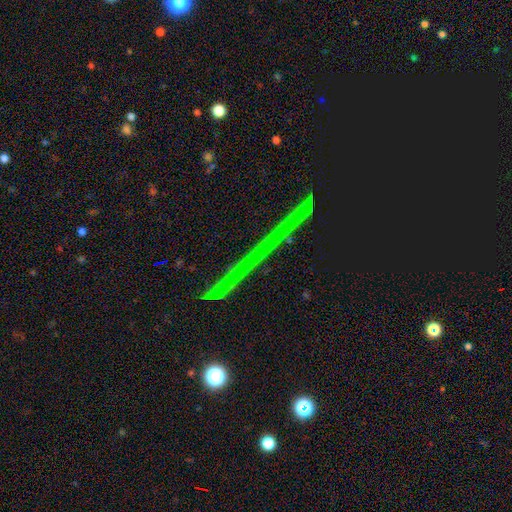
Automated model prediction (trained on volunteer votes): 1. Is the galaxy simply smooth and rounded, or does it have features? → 78% star or artifact, 14% featured or disk, 8% smooth.